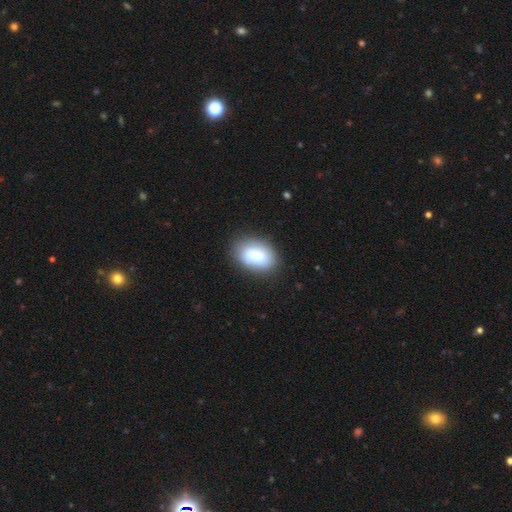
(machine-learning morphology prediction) smooth 81%, featured or disk 12%, star or artifact 8%. Down the decision tree: how rounded — in between (88%); merging — none (79%).